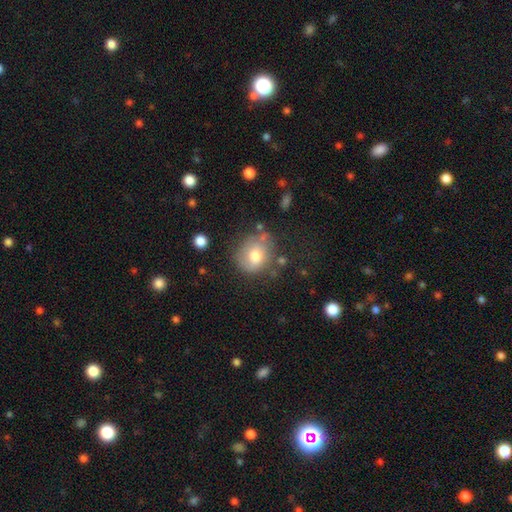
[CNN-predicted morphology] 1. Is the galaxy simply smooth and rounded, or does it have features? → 71% smooth, 19% featured or disk, 10% star or artifact.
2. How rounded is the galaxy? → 74% round, 25% in between, 1% cigar-shaped.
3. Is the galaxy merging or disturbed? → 63% none, 22% minor disturbance, 9% major disturbance, 6% merger.